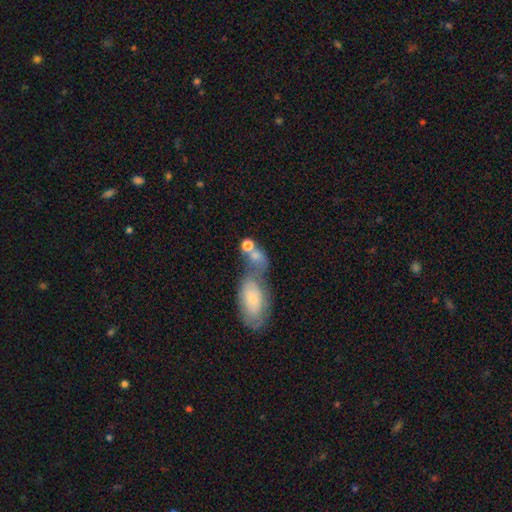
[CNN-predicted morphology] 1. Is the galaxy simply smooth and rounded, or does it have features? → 67% smooth, 22% featured or disk, 12% star or artifact.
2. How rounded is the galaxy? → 50% in between, 46% round, 4% cigar-shaped.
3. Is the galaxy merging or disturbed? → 55% merger, 25% none, 11% minor disturbance, 9% major disturbance.